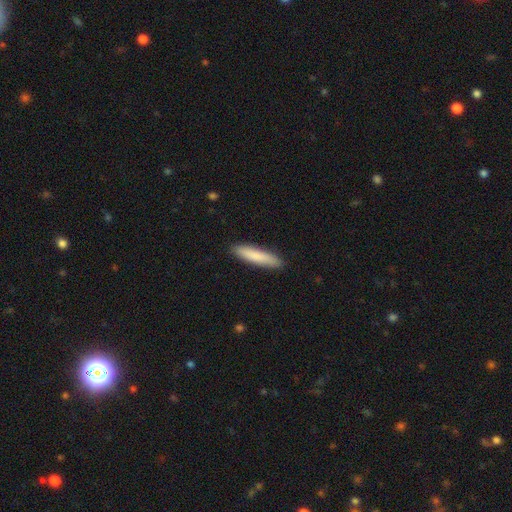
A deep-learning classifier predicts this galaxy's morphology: smooth 83%, featured or disk 11%, star or artifact 5%. Down the decision tree: how rounded — cigar-shaped (85%); merging — none (90%).